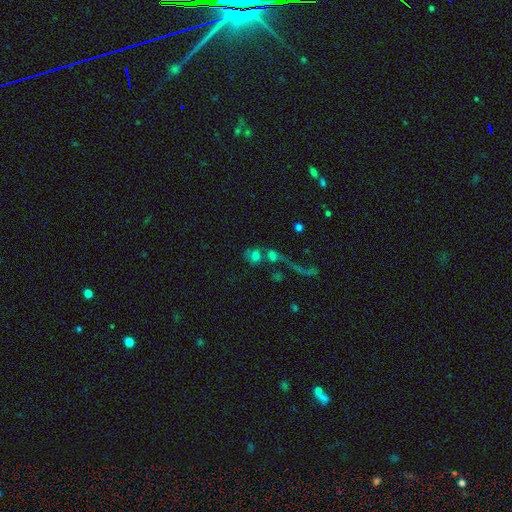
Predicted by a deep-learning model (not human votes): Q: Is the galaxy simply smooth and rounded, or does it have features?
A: smooth — 59%.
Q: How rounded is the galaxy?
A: round — 63%.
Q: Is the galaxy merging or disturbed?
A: merger — 43%.